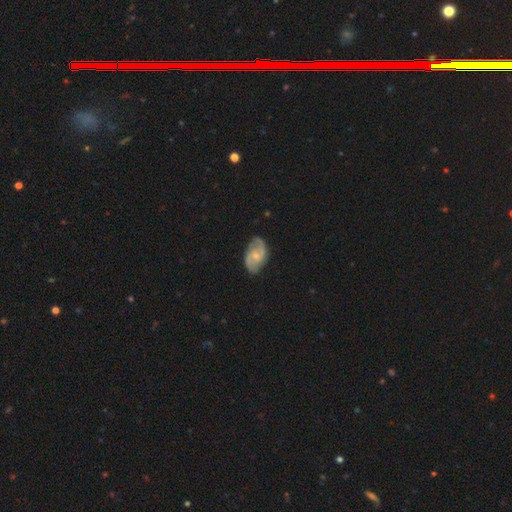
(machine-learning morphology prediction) featured or disk 75%, smooth 20%, star or artifact 5%. Down the decision tree: edge-on disk — no (97%); bar — no (54%); spiral arms — yes (93%); spiral arm count — 2 (86%); spiral winding — medium (49%); bulge size — small (59%); merging — none (75%).